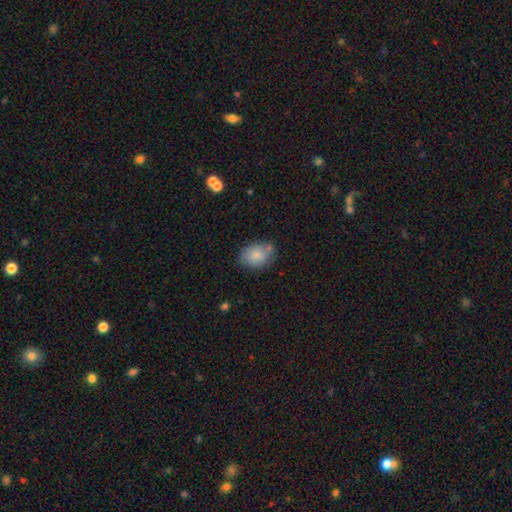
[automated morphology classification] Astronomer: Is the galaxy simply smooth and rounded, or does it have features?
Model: smooth — 83%.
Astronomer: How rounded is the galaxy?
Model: in between — 66%.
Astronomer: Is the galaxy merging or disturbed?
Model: none — 68%.